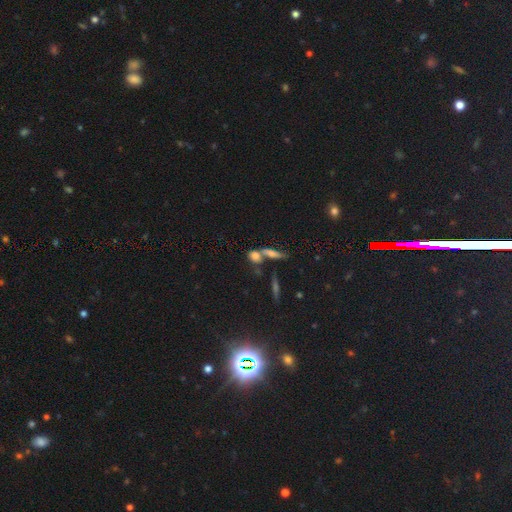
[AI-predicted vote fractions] This is likely a smooth galaxy (66%). How rounded: possibly in between (47%). Merging: marginally none (44%).